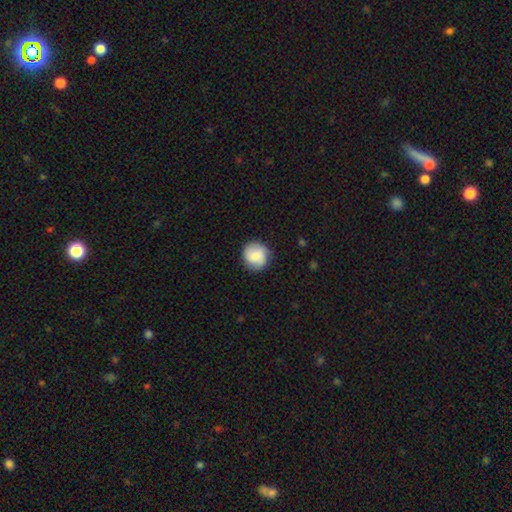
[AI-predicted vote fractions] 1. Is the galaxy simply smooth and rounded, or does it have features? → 68% smooth, 24% featured or disk, 7% star or artifact.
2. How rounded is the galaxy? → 91% round, 8% in between, 1% cigar-shaped.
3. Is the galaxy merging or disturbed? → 84% none, 12% minor disturbance, 3% major disturbance, 1% merger.